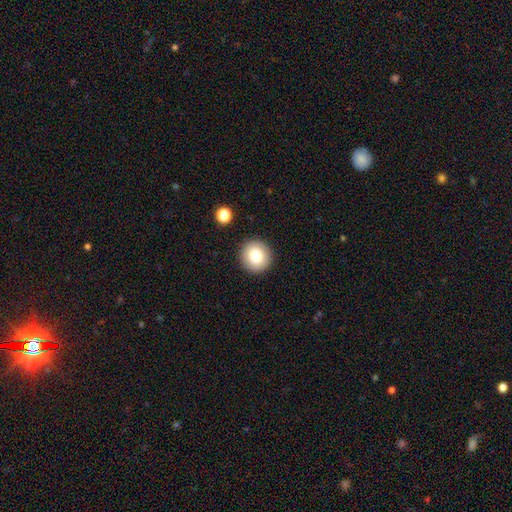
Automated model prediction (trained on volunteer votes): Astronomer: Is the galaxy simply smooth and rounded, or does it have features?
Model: smooth — 79%.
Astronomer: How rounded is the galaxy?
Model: round — 95%.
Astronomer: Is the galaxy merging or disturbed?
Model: none — 91%.